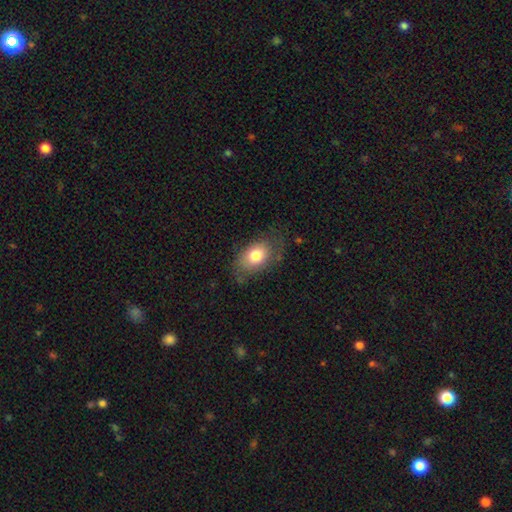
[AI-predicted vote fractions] smooth 77%, featured or disk 16%, star or artifact 7%. Down the decision tree: how rounded — in between (86%); merging — none (66%).